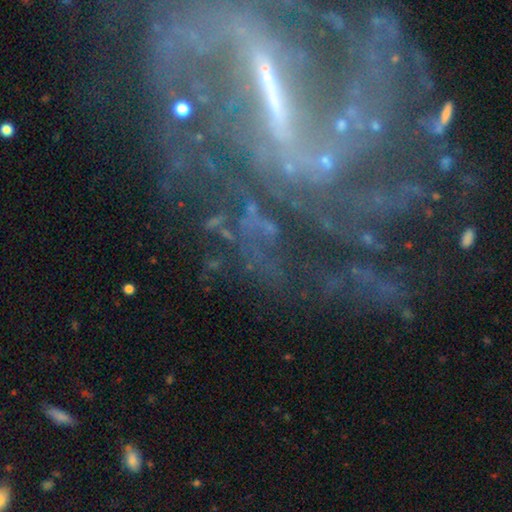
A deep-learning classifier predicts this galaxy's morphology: featured or disk 78%, star or artifact 15%, smooth 8%. Down the decision tree: edge-on disk — no (92%); bar — strong (63%); spiral arms — yes (82%); spiral arm count — 2 (35%); spiral winding — medium (35%); bulge size — small (44%); merging — none (51%).